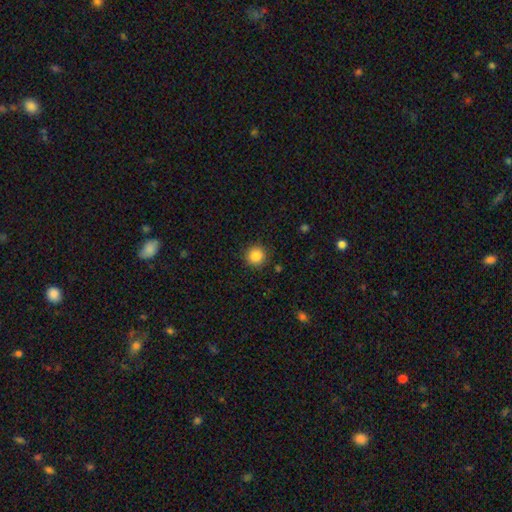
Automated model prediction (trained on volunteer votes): Smooth or featured? Predicted: smooth (p=0.87). How rounded? Predicted: round (p=0.94). Merging? Predicted: none (p=0.90).